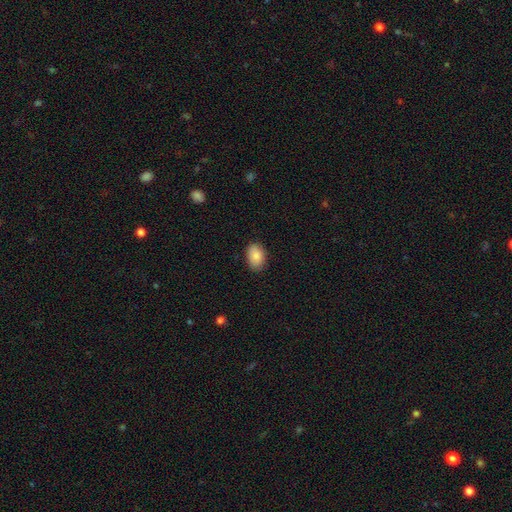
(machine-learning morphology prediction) A smooth galaxy with no disk features (87%) that is in between round and cigar-shaped (87%).

Vote fractions:
- Smooth or featured? smooth: 87% / star or artifact: 7% / featured or disk: 6%
- How rounded? in between: 87% / round: 12% / cigar-shaped: 1%
- Merging? none: 85% / minor disturbance: 12% / major disturbance: 2% / merger: 1%